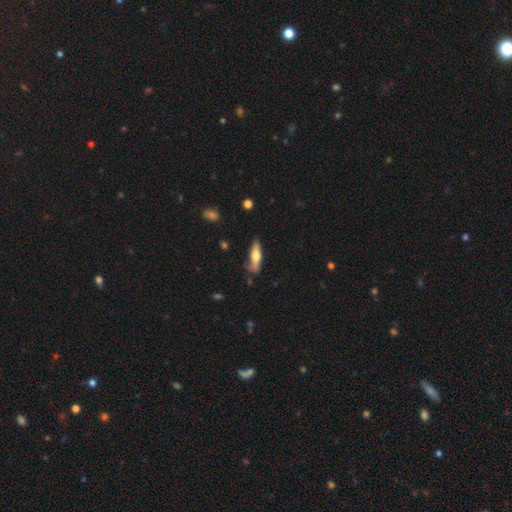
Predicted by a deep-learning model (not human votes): This appears to be a smooth galaxy with no disk features (55%) that is cigar-shaped (57%). Merging: none (62%).